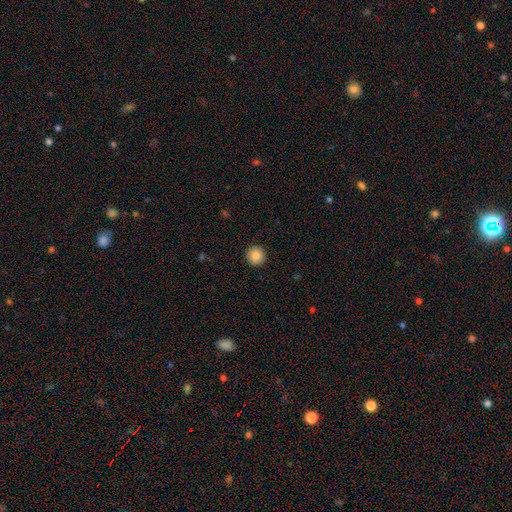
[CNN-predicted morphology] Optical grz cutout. It shows a smooth galaxy with no disk features (87%) that is round (95%). Merging: none (93%).